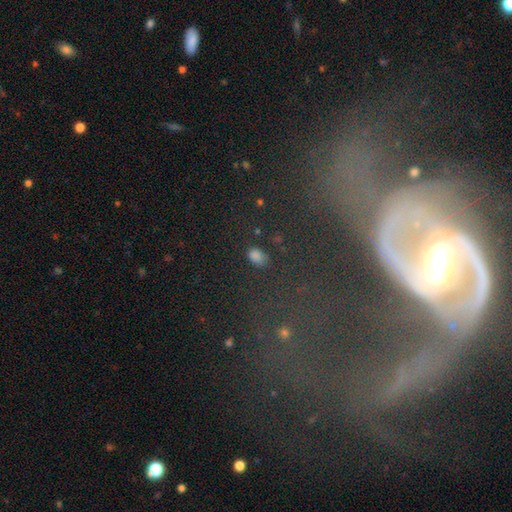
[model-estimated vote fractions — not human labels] smooth-or-featured: smooth: 74% | star or artifact: 20% | featured or disk: 6%
  how-rounded: in between: 81% | round: 17% | cigar-shaped: 2%
  merging: none: 85% | minor disturbance: 9% | major disturbance: 4% | merger: 2%